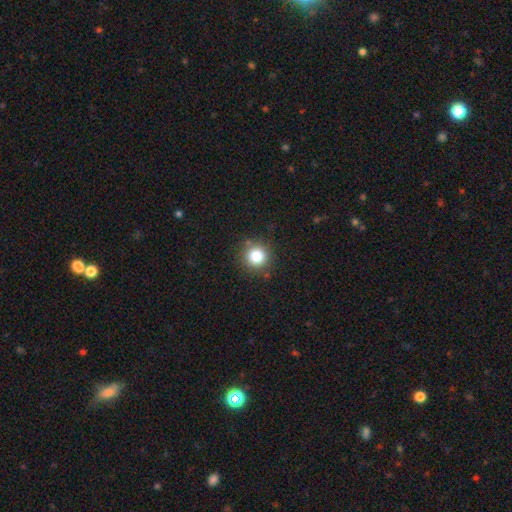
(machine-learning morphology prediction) Q: Smooth or featured?
A: smooth (80%); runner-up: star or artifact (14%)
Q: How rounded?
A: round (95%); runner-up: in between (5%)
Q: Merging?
A: none (89%); runner-up: minor disturbance (7%)